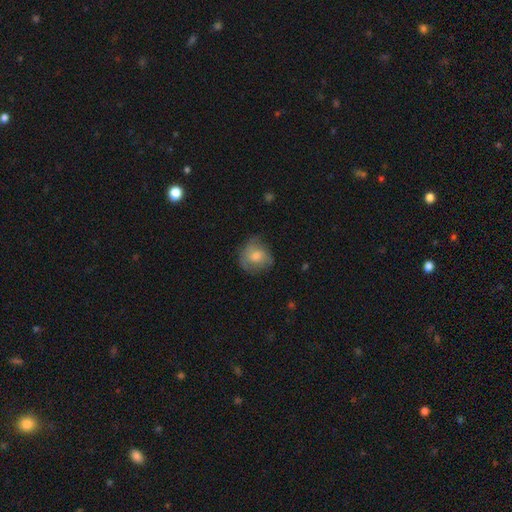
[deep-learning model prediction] Smooth or featured?
  - smooth: 60% *
  - featured or disk: 30%
  - star or artifact: 10%
How rounded?
  - round: 80% *
  - in between: 19%
  - cigar-shaped: 1%
Merging?
  - none: 62% *
  - minor disturbance: 26%
  - major disturbance: 10%
  - merger: 1%